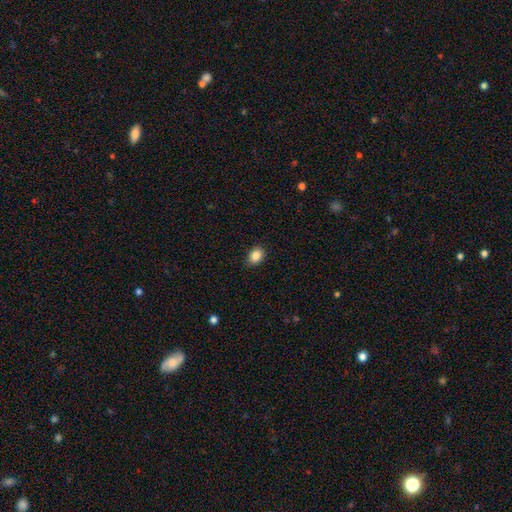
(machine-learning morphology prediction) Smooth or featured? Predicted: smooth (p=0.86). How rounded? Predicted: in between (p=0.64). Merging? Predicted: none (p=0.86).